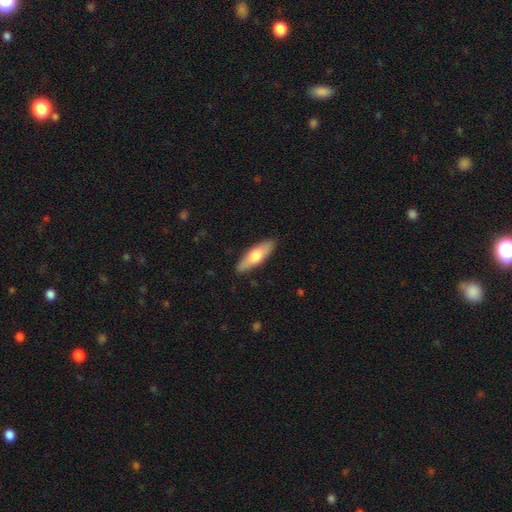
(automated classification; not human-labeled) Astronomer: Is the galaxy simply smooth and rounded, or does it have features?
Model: smooth — 64%.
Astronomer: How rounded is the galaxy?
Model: in between — 54% (runner-up: cigar-shaped, 44%).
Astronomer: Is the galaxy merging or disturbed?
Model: none — 88%.